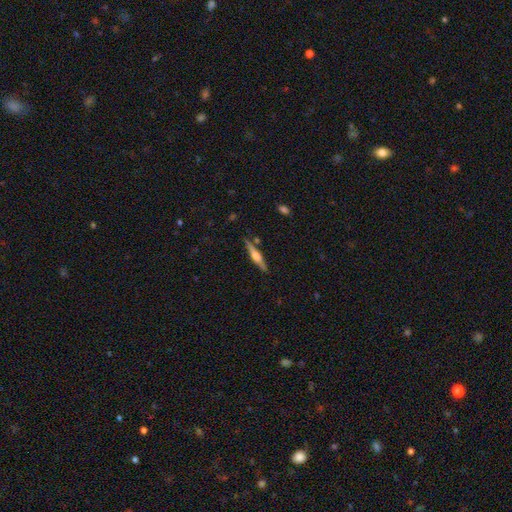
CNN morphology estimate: smooth-or-featured: featured or disk: 61% | smooth: 32% | star or artifact: 7%
  disk-edge-on: yes: 97% | no: 3%
    edge-on-bulge: rounded: 72% | boxy: 22% | none: 6%
  merging: none: 84% | minor disturbance: 10% | merger: 3% | major disturbance: 2%